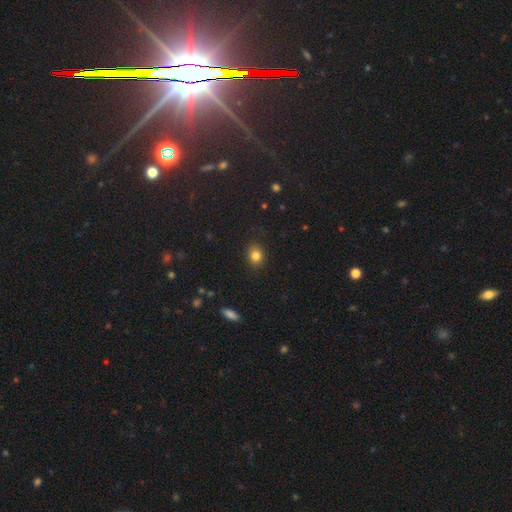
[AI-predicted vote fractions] Smooth or featured? Predicted: smooth (p=0.82). How rounded? Predicted: round (p=0.54). Merging? Predicted: none (p=0.87).